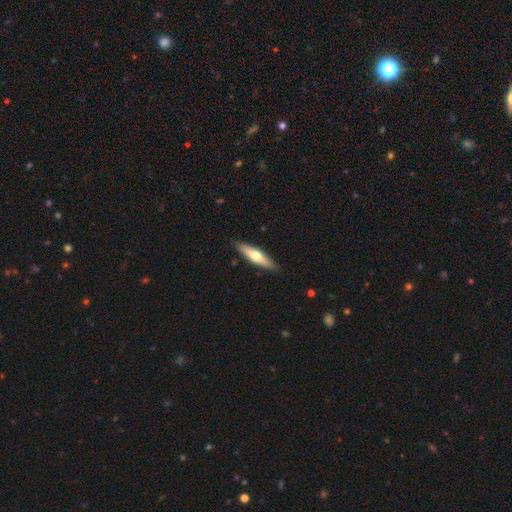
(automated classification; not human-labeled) A smooth galaxy with no disk features (52%) that is cigar-shaped (72%).

Vote fractions:
- Smooth or featured? smooth: 52% / featured or disk: 43% / star or artifact: 5%
- How rounded? cigar-shaped: 72% / in between: 26% / round: 2%
- Merging? none: 89% / minor disturbance: 8% / major disturbance: 2% / merger: 1%